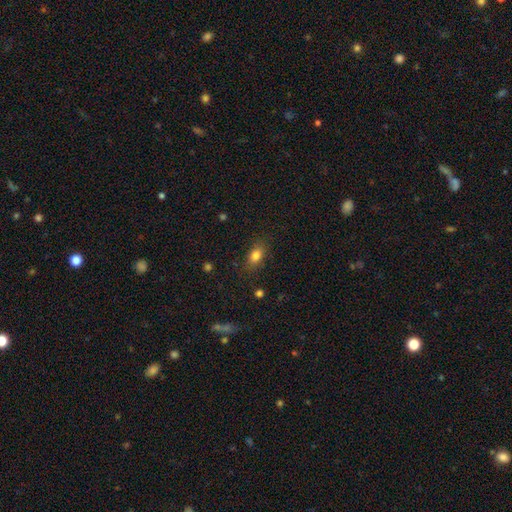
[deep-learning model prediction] Smooth or featured? Predicted: smooth (p=0.82). How rounded? Predicted: in between (p=0.81). Merging? Predicted: none (p=0.82).